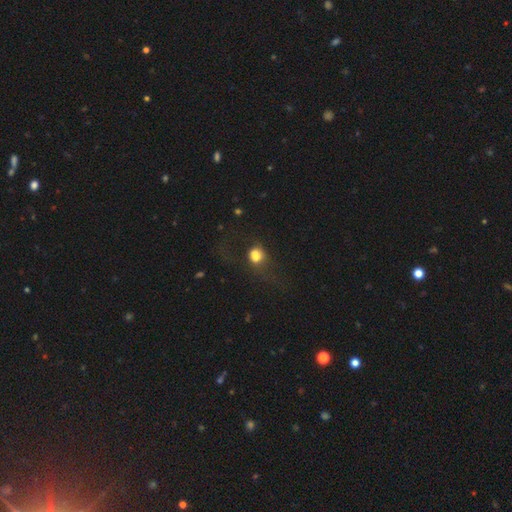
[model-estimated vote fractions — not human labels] The model was most divided on "merging": none: 39%, major disturbance: 32%, minor disturbance: 18%, merger: 11%. More confident: smooth or featured — smooth (66%); how rounded — round (62%).